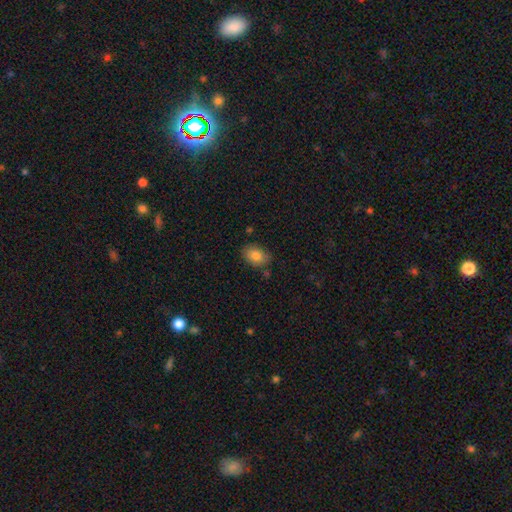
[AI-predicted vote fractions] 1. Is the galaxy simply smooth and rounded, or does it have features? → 83% smooth, 9% featured or disk, 8% star or artifact.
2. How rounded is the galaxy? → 82% in between, 17% round, 1% cigar-shaped.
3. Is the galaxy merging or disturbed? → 79% none, 15% minor disturbance, 3% merger, 3% major disturbance.